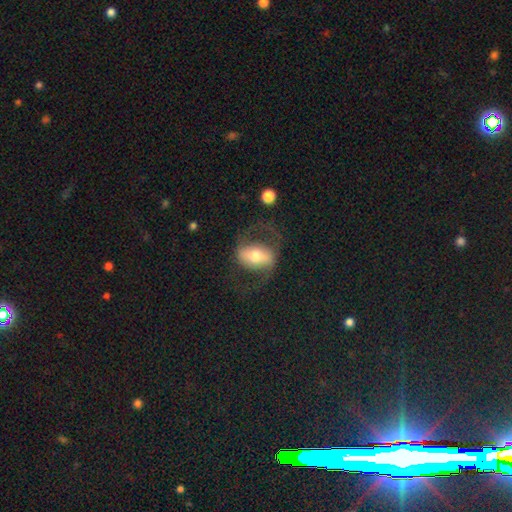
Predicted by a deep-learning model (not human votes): Smooth or featured? Predicted: featured or disk (p=0.60). Edge-on disk? Predicted: no (p=0.92). Bar? Predicted: strong (p=0.46). Spiral arms? Predicted: yes (p=0.69). Bulge size? Predicted: moderate (p=0.66). Merging? Predicted: none (p=0.61).